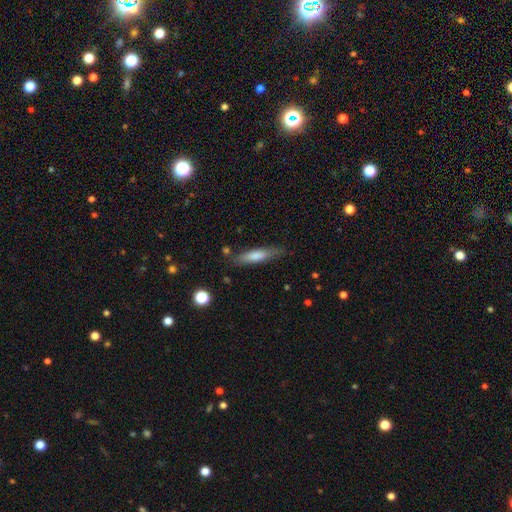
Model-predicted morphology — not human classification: This is likely a smooth galaxy (72%). How rounded: likely cigar-shaped (79%). Merging: likely none (77%).